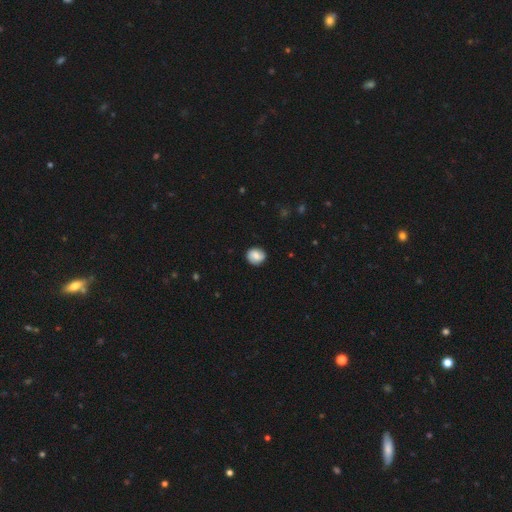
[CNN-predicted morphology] smooth 69%, featured or disk 23%, star or artifact 8%. Down the decision tree: how rounded — round (74%); merging — none (85%).